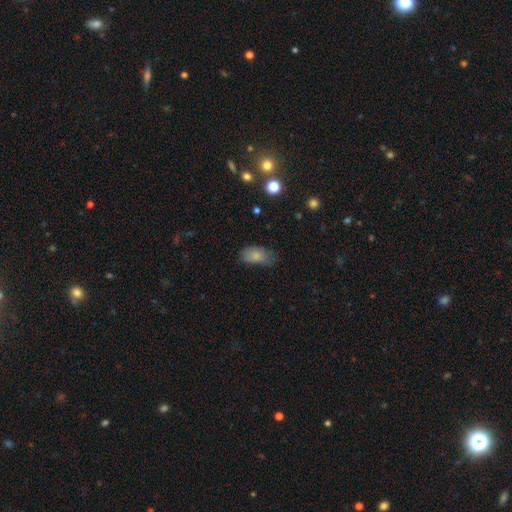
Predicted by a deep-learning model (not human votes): Q: Smooth or featured?
A: smooth (80%); runner-up: featured or disk (11%)
Q: How rounded?
A: in between (91%); runner-up: round (6%)
Q: Merging?
A: none (50%); runner-up: minor disturbance (36%)